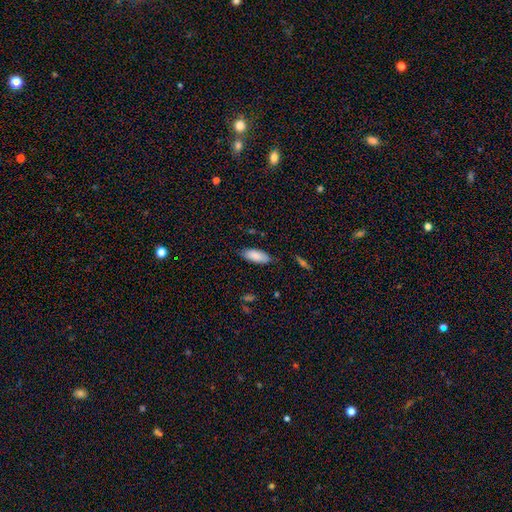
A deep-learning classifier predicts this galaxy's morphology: Q: Smooth or featured?
A: smooth (87%); runner-up: featured or disk (7%)
Q: How rounded?
A: in between (85%); runner-up: cigar-shaped (14%)
Q: Merging?
A: none (80%); runner-up: minor disturbance (15%)